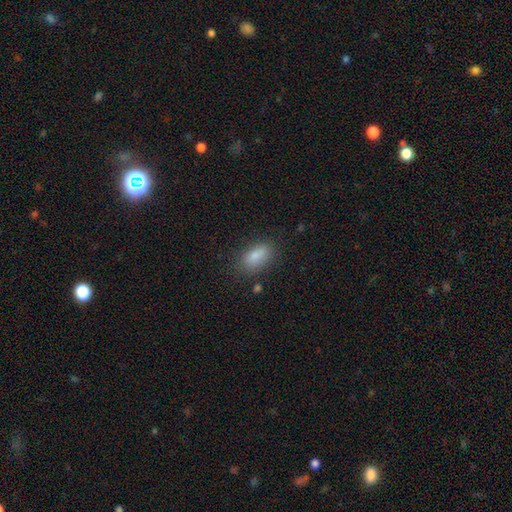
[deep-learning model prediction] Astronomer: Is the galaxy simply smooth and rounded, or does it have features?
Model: smooth — 83%.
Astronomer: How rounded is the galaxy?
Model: in between — 88%.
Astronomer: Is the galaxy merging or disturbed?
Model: none — 82%.